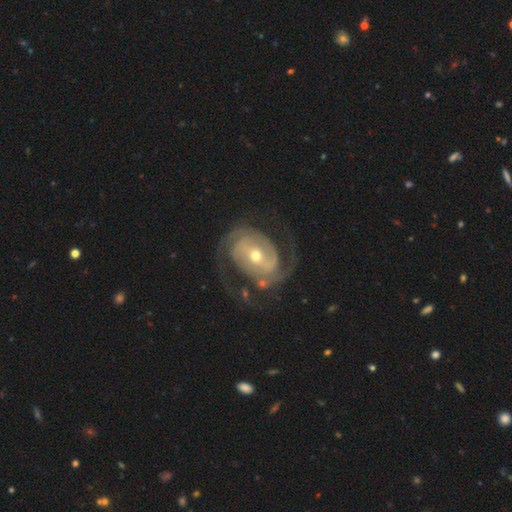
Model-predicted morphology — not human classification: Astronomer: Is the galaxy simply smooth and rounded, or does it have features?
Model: featured or disk — 91%.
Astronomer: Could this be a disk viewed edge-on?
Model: no — 97%.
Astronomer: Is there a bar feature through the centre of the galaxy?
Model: weak — 37% (runner-up: no, 35%).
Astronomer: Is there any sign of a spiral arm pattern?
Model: yes — 97%.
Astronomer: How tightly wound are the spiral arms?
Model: tight — 47% (runner-up: medium, 42%).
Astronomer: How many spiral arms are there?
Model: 2 — 76%.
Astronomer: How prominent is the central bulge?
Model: moderate — 56% (runner-up: small, 40%).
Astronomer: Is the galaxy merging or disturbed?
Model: none — 71%.